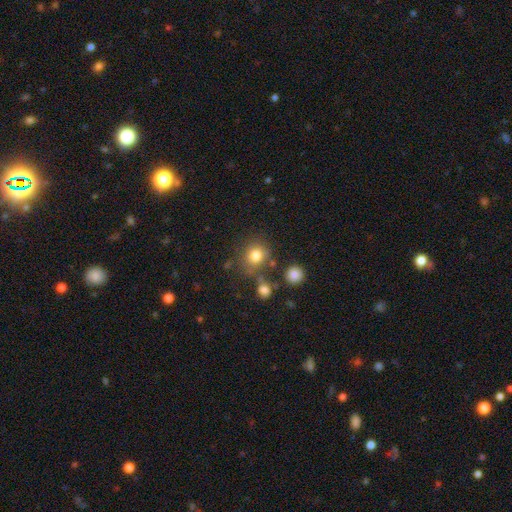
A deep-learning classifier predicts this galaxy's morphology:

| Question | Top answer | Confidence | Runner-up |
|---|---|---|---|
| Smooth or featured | smooth | 79% | star or artifact (13%) |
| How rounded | round | 81% | in between (18%) |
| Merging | none | 72% | minor disturbance (13%) |